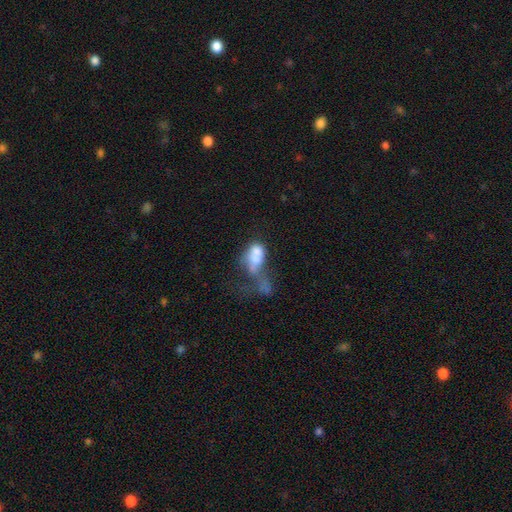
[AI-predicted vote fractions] Morphology: type=smooth (59%); roundness=in between (84%); merging=merger (47%).